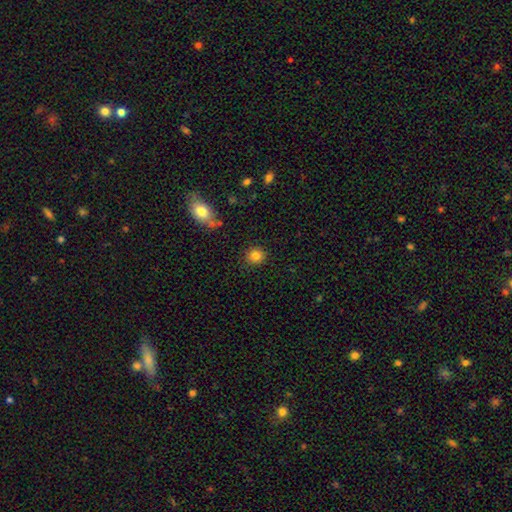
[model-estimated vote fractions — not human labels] Morphology: type=smooth (84%); roundness=round (86%); merging=none (88%).